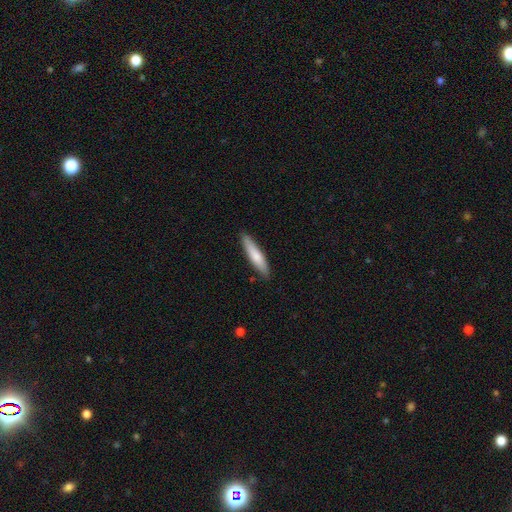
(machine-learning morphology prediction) Smooth or featured: smooth — 74% (featured or disk — 21%)
How rounded: cigar-shaped — 84% (in between — 15%)
Merging: none — 88% (minor disturbance — 9%)